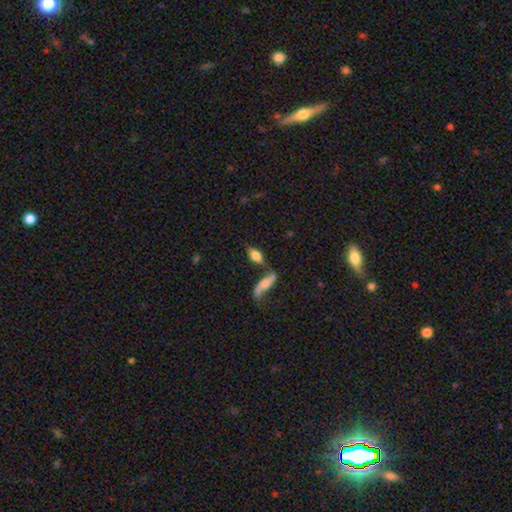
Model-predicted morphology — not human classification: Smooth or featured? smooth (68%)
How rounded? in between (77%)
Merging? none (50%)